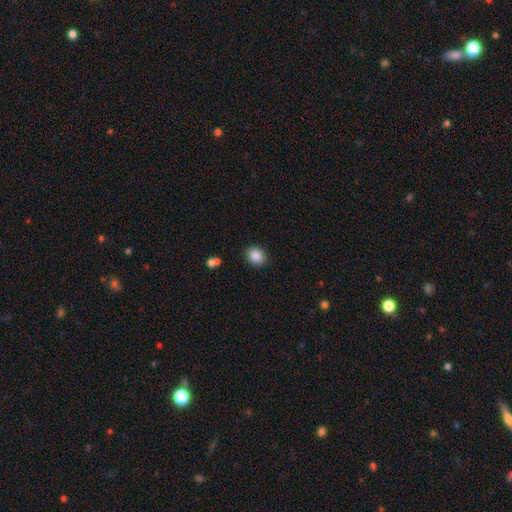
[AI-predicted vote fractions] A smooth galaxy with no disk features (87%) that is round (56%). Merging: none (88%).